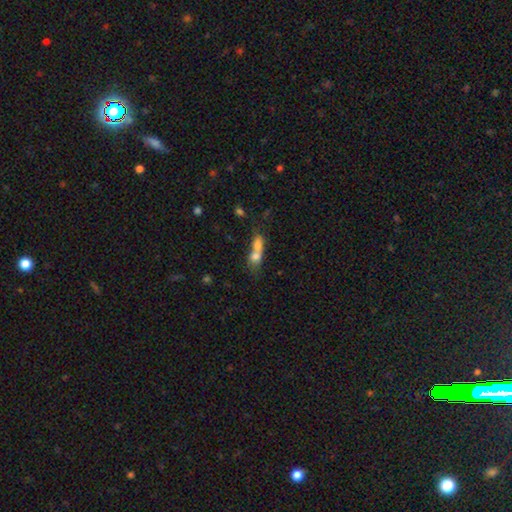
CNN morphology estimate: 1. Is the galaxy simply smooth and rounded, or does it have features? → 69% smooth, 20% featured or disk, 10% star or artifact.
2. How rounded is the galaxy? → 54% in between, 32% round, 14% cigar-shaped.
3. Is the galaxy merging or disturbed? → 74% merger, 15% none, 6% minor disturbance, 5% major disturbance.